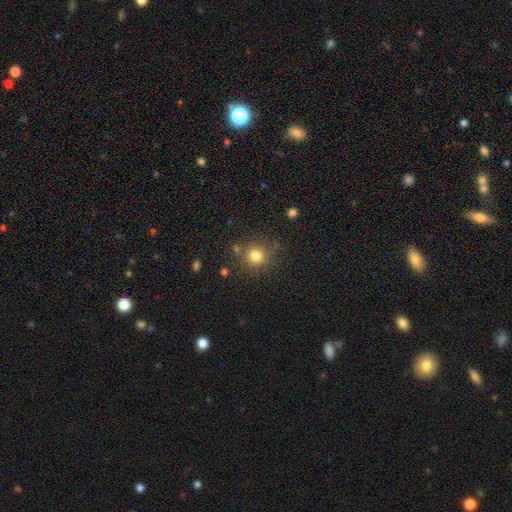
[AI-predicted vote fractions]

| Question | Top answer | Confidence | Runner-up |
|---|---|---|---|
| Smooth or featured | smooth | 80% | star or artifact (13%) |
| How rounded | round | 90% | in between (9%) |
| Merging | none | 79% | minor disturbance (11%) |